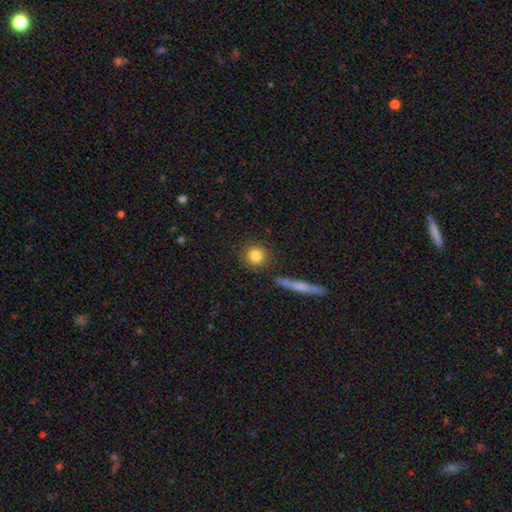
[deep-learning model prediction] A smooth galaxy with no disk features (83%) that is round (88%).

Vote fractions:
- Smooth or featured? smooth: 83% / star or artifact: 9% / featured or disk: 8%
- How rounded? round: 88% / in between: 9% / cigar-shaped: 3%
- Merging? none: 85% / minor disturbance: 8% / merger: 4% / major disturbance: 3%